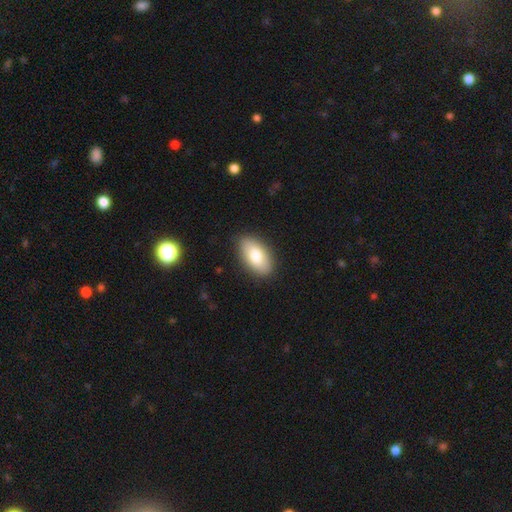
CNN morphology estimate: smooth 80%, featured or disk 14%, star or artifact 6%. Down the decision tree: how rounded — in between (93%); merging — none (88%).